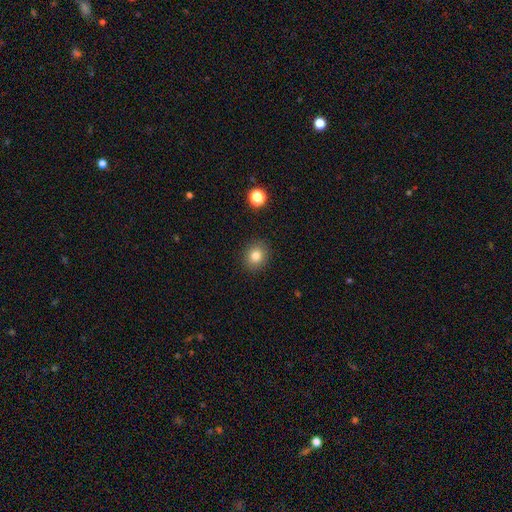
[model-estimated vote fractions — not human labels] Smooth or featured: smooth — 82% (star or artifact — 11%)
How rounded: round — 73% (in between — 27%)
Merging: none — 89% (minor disturbance — 7%)